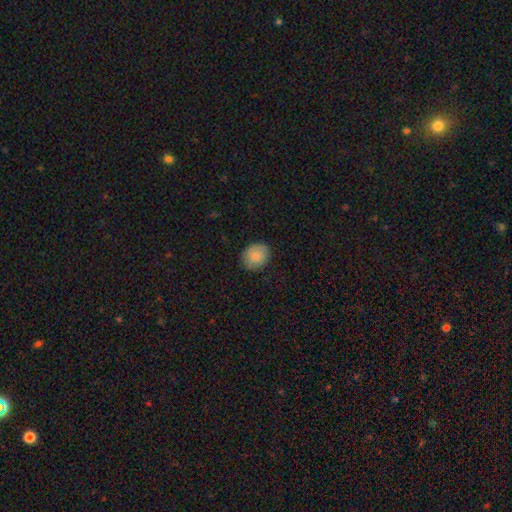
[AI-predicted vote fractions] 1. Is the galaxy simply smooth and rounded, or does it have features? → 86% smooth, 7% star or artifact, 7% featured or disk.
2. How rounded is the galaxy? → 71% round, 28% in between, 1% cigar-shaped.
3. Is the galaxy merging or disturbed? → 83% none, 13% minor disturbance, 3% major disturbance, 1% merger.